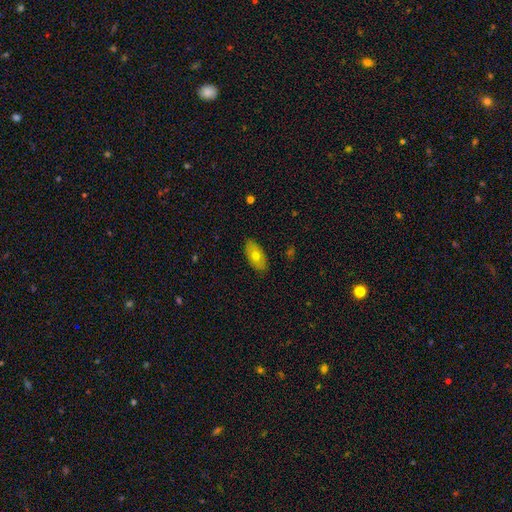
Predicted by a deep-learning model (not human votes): A smooth galaxy with no disk features (68%) that is in between round and cigar-shaped (92%). Merging: none (86%).